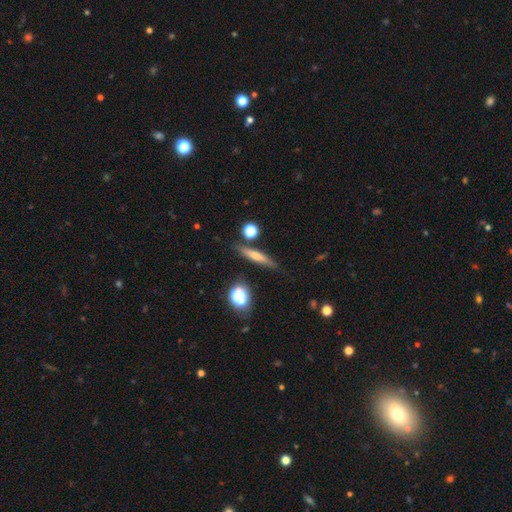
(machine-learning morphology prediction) Overall: smooth (58%; featured or disk 32%). How rounded: cigar-shaped (83%). Merging: none (81%).